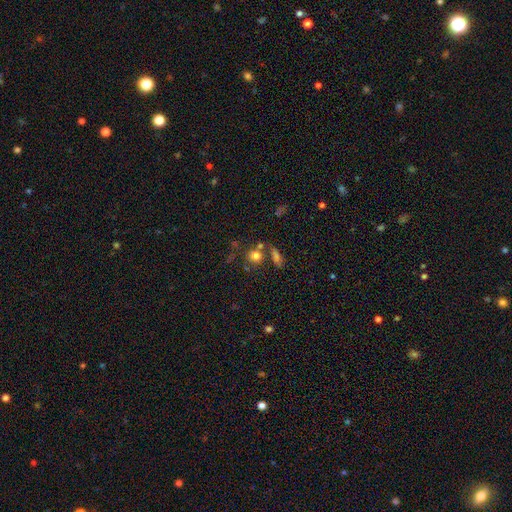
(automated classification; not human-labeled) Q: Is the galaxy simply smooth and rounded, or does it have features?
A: smooth — 75%.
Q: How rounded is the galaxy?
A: round — 83%.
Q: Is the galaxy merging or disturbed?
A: none — 62%.